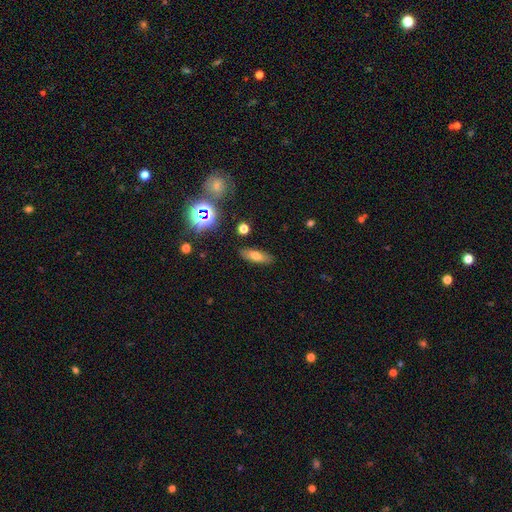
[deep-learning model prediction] Q: Smooth or featured?
A: smooth (68%); runner-up: featured or disk (19%)
Q: How rounded?
A: in between (64%); runner-up: cigar-shaped (32%)
Q: Merging?
A: none (87%); runner-up: minor disturbance (9%)